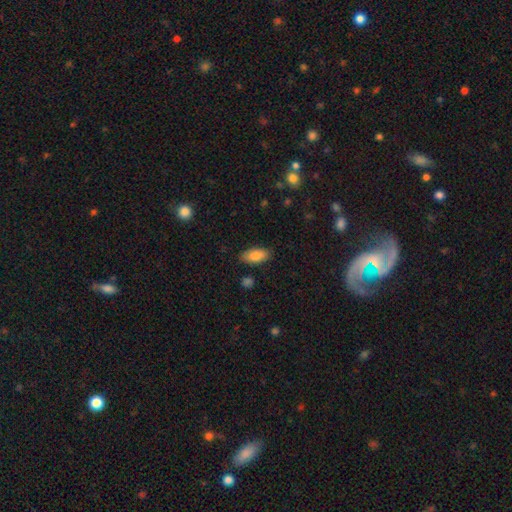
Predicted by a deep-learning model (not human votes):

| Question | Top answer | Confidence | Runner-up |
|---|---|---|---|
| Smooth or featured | smooth | 86% | featured or disk (7%) |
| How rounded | in between | 88% | cigar-shaped (10%) |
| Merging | none | 84% | minor disturbance (12%) |